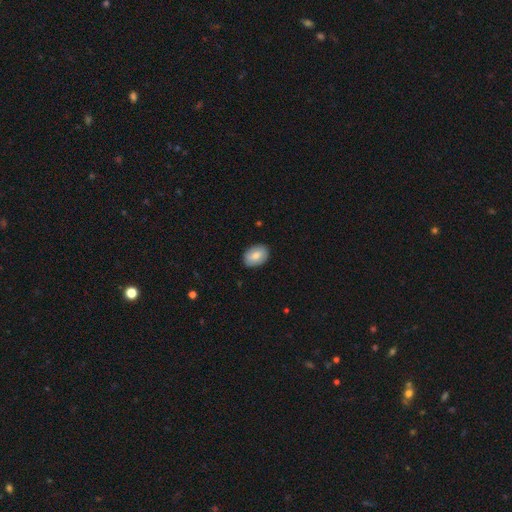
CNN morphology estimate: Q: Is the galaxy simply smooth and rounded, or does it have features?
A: smooth — 77%.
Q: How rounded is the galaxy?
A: in between — 82%.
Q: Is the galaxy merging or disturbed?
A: none — 88%.